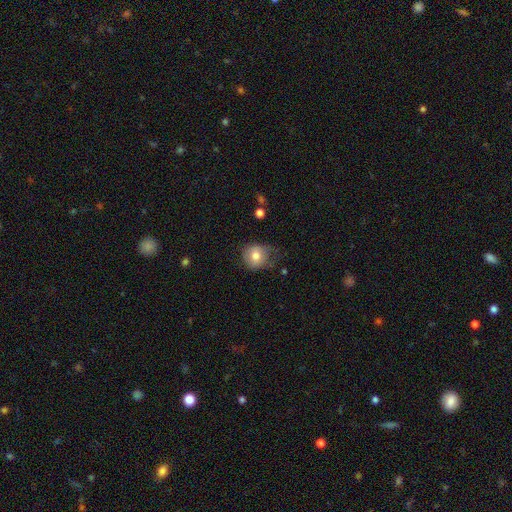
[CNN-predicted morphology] type=smooth (75%); roundness=round (79%); merging=none (53%).